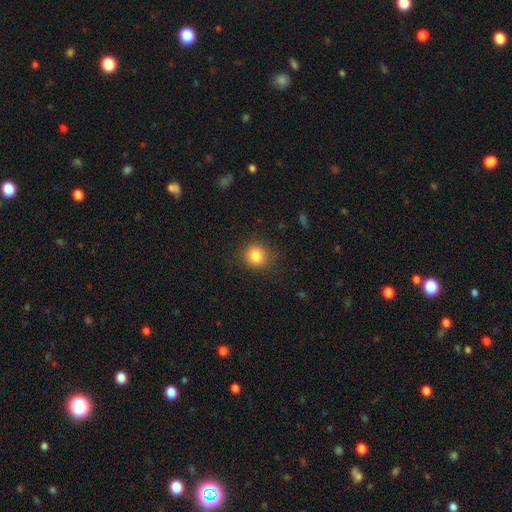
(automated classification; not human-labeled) This is clearly a smooth galaxy (83%). How rounded: clearly round (87%). Merging: clearly none (87%).